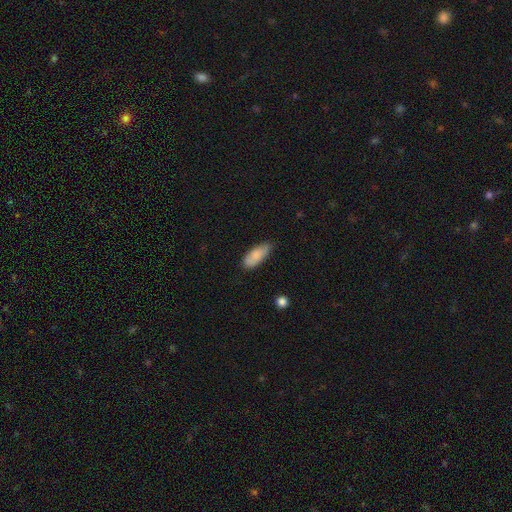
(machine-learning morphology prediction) Smooth or featured? Predicted: smooth (p=0.85). How rounded? Predicted: in between (p=0.77). Merging? Predicted: none (p=0.68).